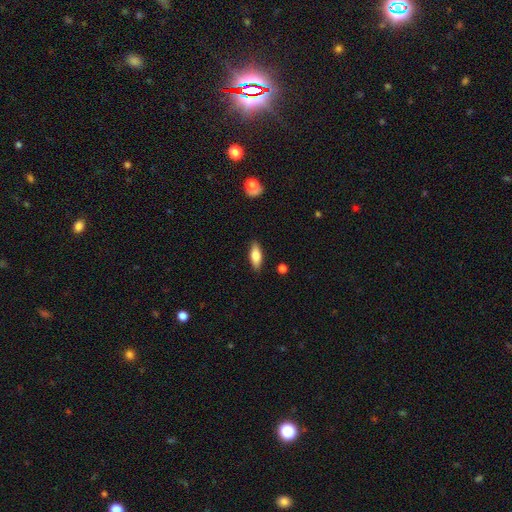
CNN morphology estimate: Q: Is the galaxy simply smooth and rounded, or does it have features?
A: smooth — 75%.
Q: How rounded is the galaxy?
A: in between — 70%.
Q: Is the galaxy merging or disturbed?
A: none — 87%.